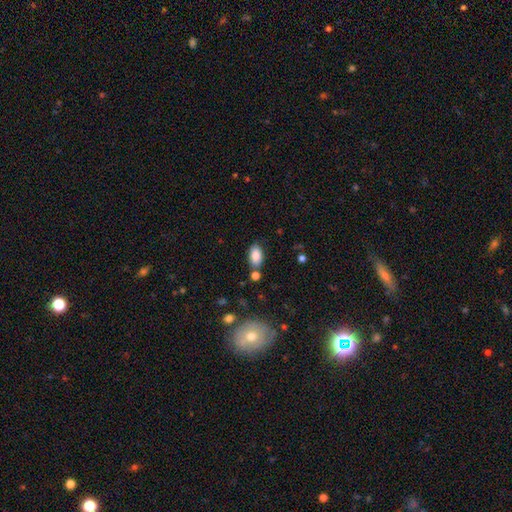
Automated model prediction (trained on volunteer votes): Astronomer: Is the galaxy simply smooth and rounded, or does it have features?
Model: smooth — 86%.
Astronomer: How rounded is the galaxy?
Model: in between — 93%.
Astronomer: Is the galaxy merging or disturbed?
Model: none — 75%.